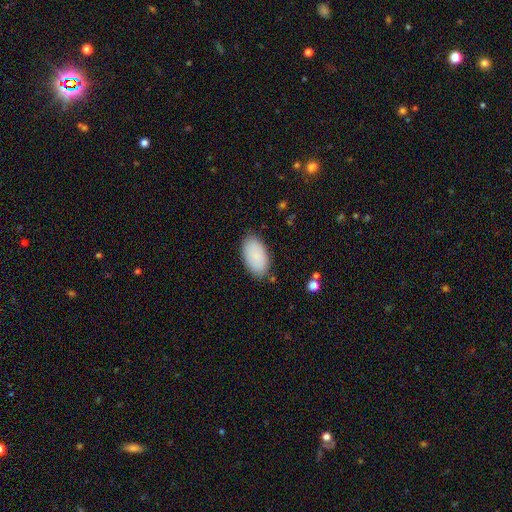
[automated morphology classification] Q: Smooth or featured?
A: smooth (87%); runner-up: star or artifact (7%)
Q: How rounded?
A: in between (95%); runner-up: round (3%)
Q: Merging?
A: none (84%); runner-up: minor disturbance (12%)